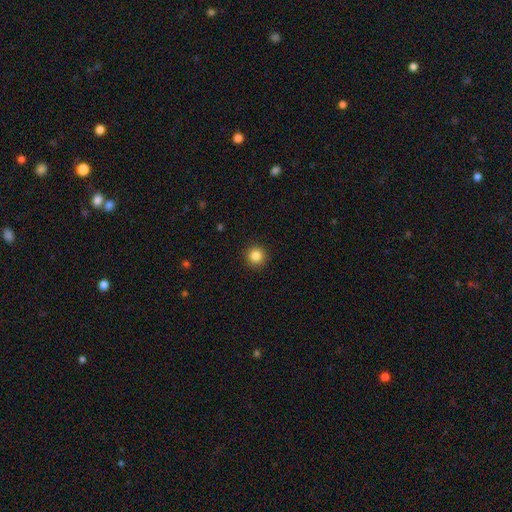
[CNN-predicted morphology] Smooth or featured: smooth — 85% (star or artifact — 11%)
How rounded: round — 95% (in between — 4%)
Merging: none — 92% (minor disturbance — 5%)